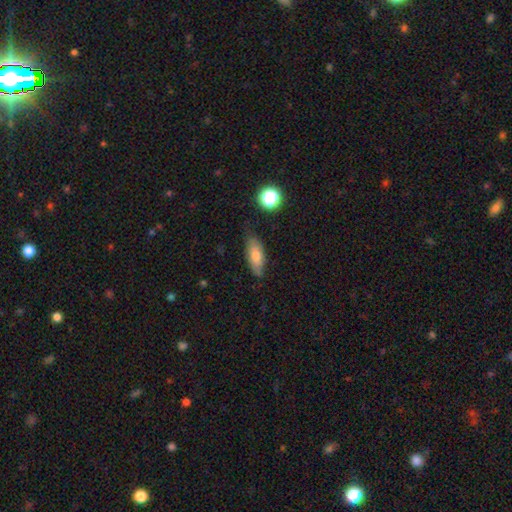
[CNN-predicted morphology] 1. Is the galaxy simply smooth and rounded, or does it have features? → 73% smooth, 19% featured or disk, 8% star or artifact.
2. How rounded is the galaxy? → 73% in between, 24% cigar-shaped, 4% round.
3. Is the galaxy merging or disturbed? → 73% none, 21% minor disturbance, 4% major disturbance, 2% merger.